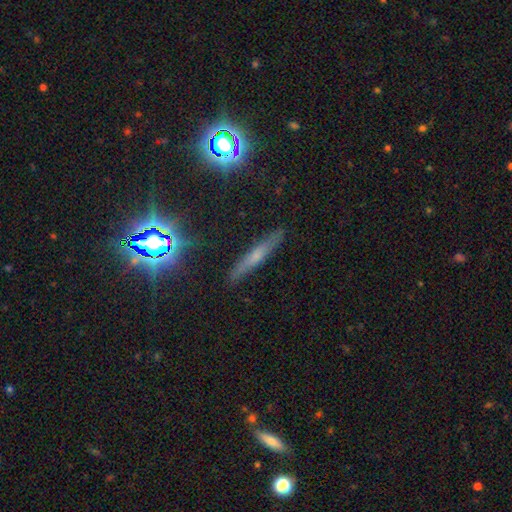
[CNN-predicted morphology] A featured or disk galaxy (44%).

Vote fractions:
- Smooth or featured? featured or disk: 44% / smooth: 35% / star or artifact: 21%
- Merging? none: 87% / minor disturbance: 10% / major disturbance: 2% / merger: 2%